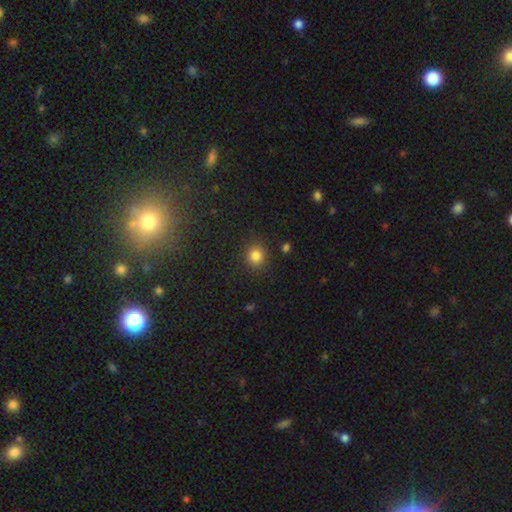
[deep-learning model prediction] Overall: smooth (82%). How rounded: round (83%). Merging: none (88%).